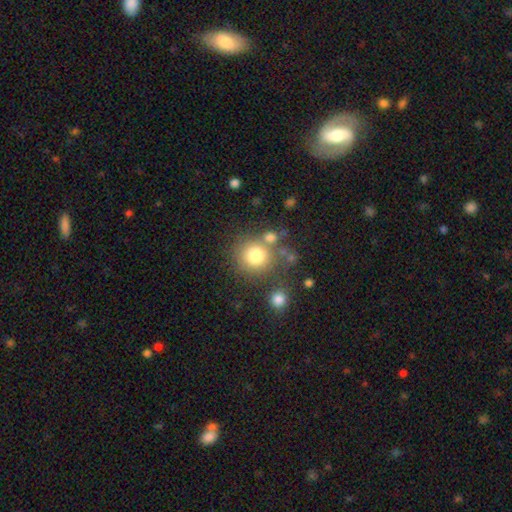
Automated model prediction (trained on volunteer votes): smooth_or_featured: smooth (p=0.77) [alt: star or artifact p=0.12]
how_rounded: round (p=0.91) [alt: in between p=0.08]
merging: none (p=0.69) [alt: merger p=0.15]